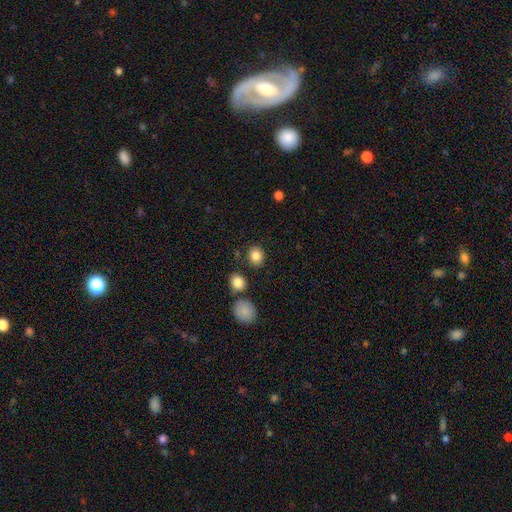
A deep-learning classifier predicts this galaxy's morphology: This is clearly a smooth galaxy (85%). How rounded: likely round (73%). Merging: clearly none (85%).